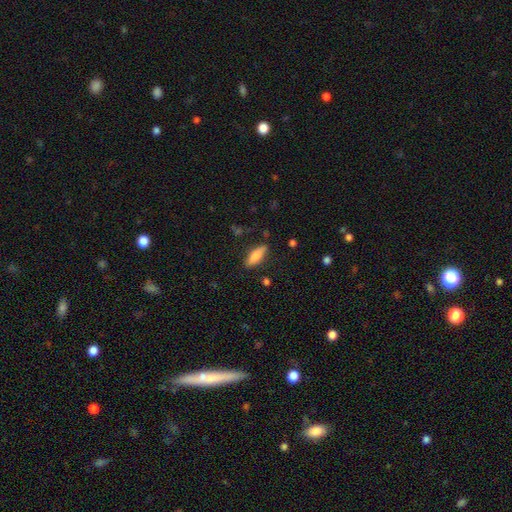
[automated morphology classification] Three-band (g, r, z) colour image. It shows a smooth galaxy with no disk features (79%) that is in between round and cigar-shaped (57%). Merging: none (82%).